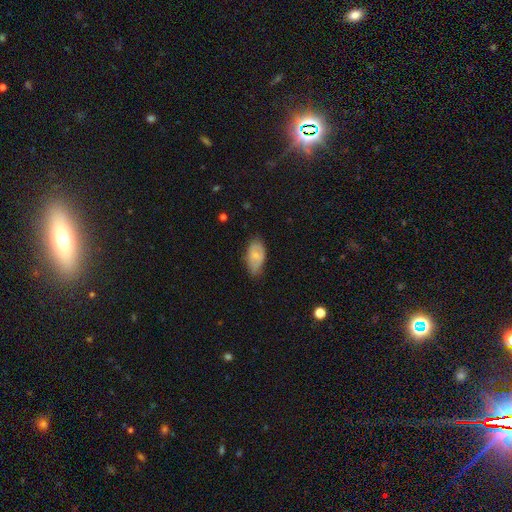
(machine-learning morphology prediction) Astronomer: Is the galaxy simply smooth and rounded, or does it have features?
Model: smooth — 65%.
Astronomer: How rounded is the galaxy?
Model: in between — 93%.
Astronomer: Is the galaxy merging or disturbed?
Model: none — 58%.